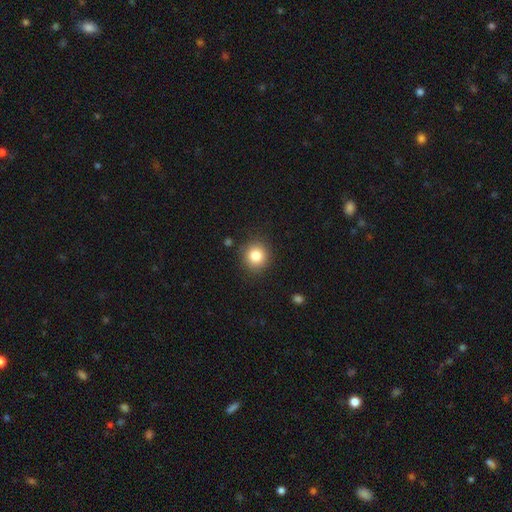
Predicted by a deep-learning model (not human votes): Smooth or featured? Predicted: smooth (p=0.82). How rounded? Predicted: round (p=0.89). Merging? Predicted: none (p=0.88).